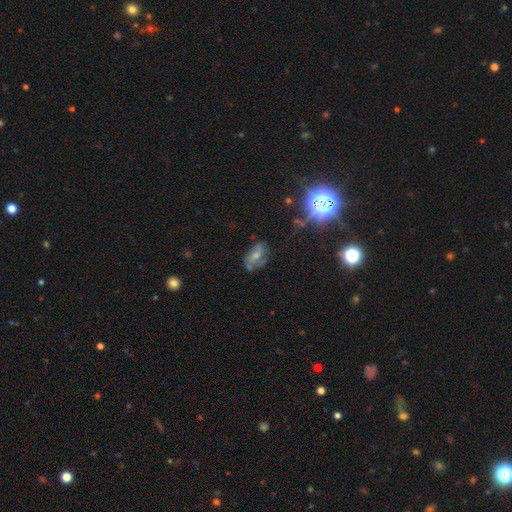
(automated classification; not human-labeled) Smooth or featured? Predicted: featured or disk (p=0.42). Merging? Predicted: none (p=0.57).